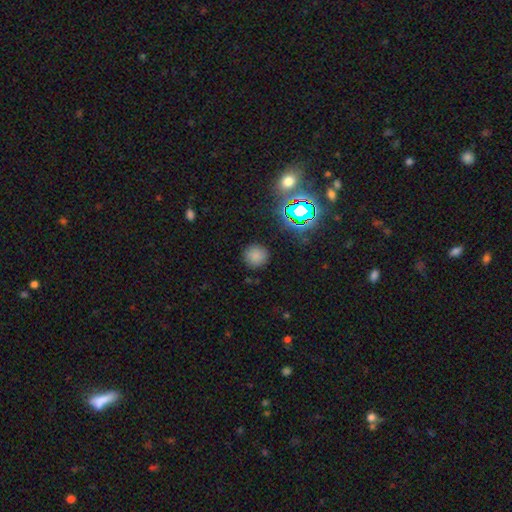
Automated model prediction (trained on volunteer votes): Smooth or featured? Predicted: smooth (p=0.75). How rounded? Predicted: round (p=0.93). Merging? Predicted: none (p=0.88).